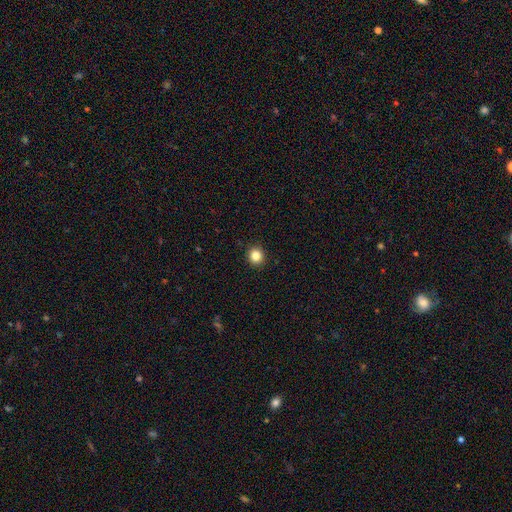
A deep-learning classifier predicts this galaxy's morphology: Overall: smooth (84%). How rounded: round (90%). Merging: none (93%).